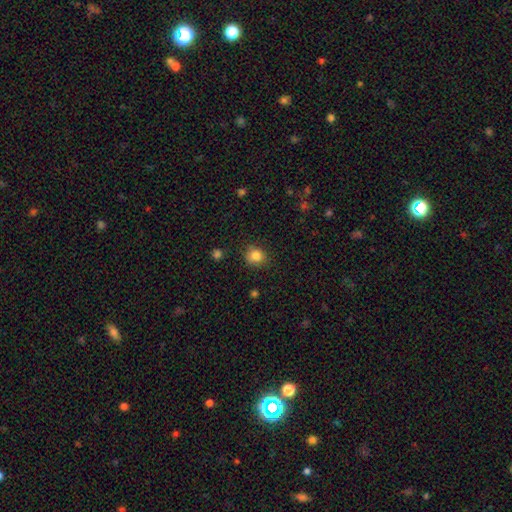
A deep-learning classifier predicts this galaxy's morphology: This appears to be a smooth galaxy with no disk features (84%) that is round (80%). Merging: none (83%).